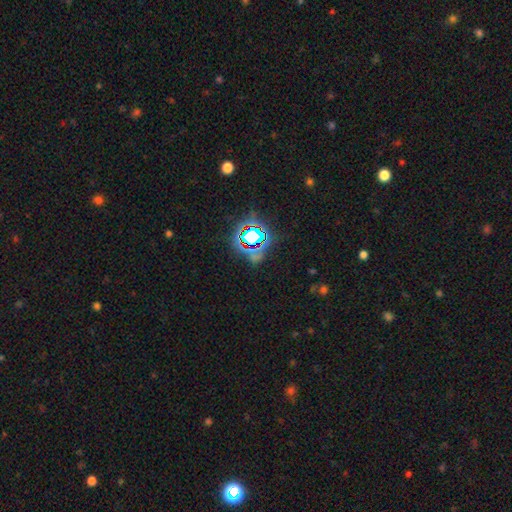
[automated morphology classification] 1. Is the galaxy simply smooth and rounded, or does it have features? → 76% star or artifact, 14% smooth, 9% featured or disk.